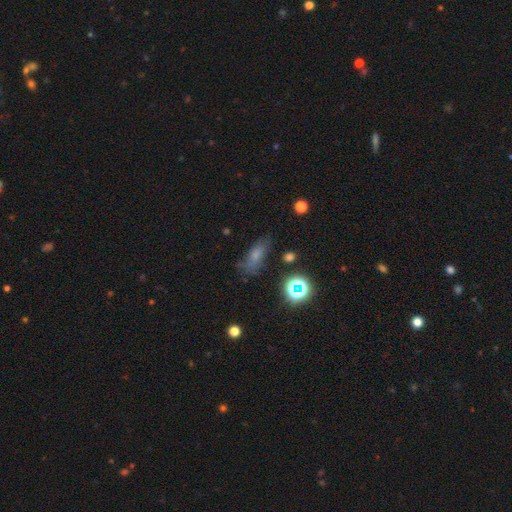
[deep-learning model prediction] smooth-or-featured: smooth: 64% | featured or disk: 18% | star or artifact: 18%
  how-rounded: in between: 69% | cigar-shaped: 23% | round: 8%
  merging: none: 61% | minor disturbance: 25% | major disturbance: 11% | merger: 4%